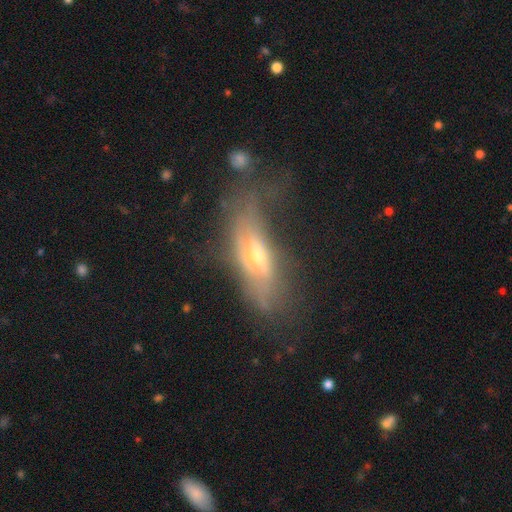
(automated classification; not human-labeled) Overall: featured or disk (61%; smooth 30%). Edge-on disk: no (59%; yes 41%). Merging: none (36%; major disturbance 32%).